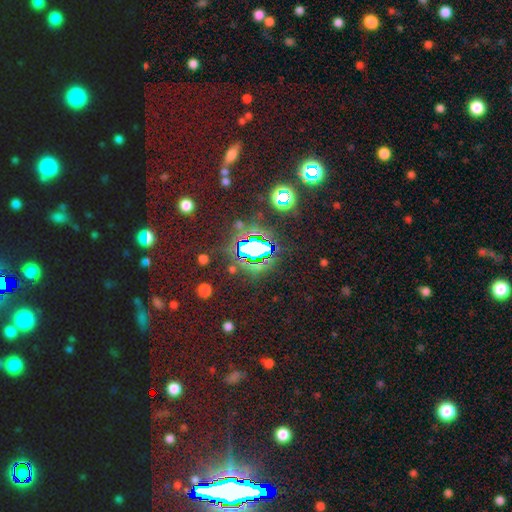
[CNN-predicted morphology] Q: Smooth or featured?
A: star or artifact (76%); runner-up: smooth (15%)